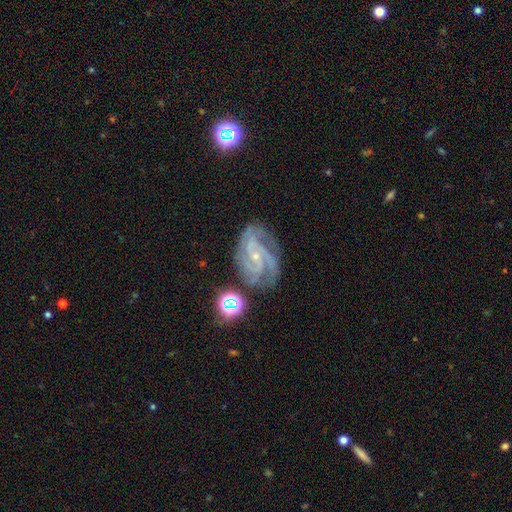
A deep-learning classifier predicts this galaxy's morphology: Smooth or featured? featured or disk (89%)
Edge-on disk? no (98%)
Bar? no (51%)
Spiral arms? yes (98%)
Spiral winding? tight (56%)
Spiral arm count? 3 (43%)
Bulge size? small (80%)
Merging? none (70%)